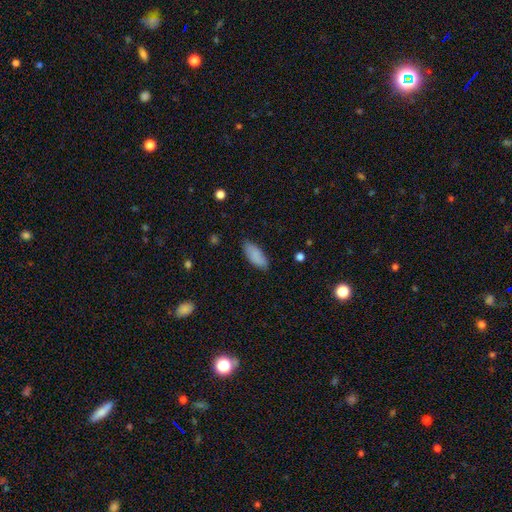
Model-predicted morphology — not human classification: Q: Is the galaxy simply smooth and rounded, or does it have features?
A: smooth — 86%.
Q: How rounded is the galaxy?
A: in between — 81%.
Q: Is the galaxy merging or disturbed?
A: none — 83%.